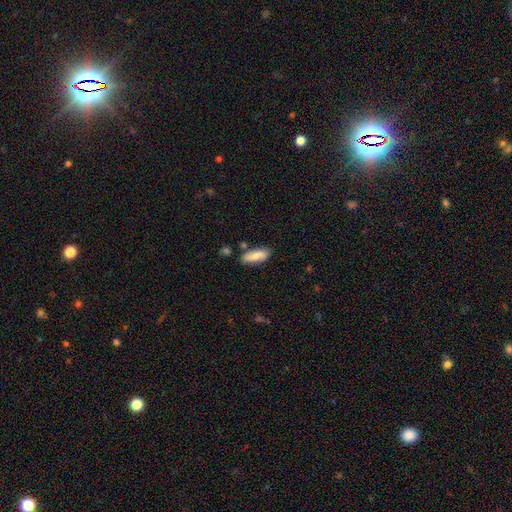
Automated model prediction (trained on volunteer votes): A smooth galaxy with no disk features (74%) that is in between round and cigar-shaped (68%). Merging: none (79%).